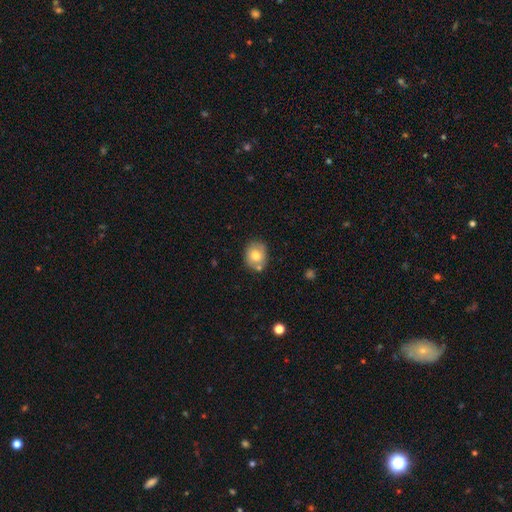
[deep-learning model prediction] smooth_or_featured: smooth (p=0.74) [alt: featured or disk p=0.18]
how_rounded: round (p=0.62) [alt: in between p=0.38]
merging: none (p=0.72) [alt: minor disturbance p=0.15]